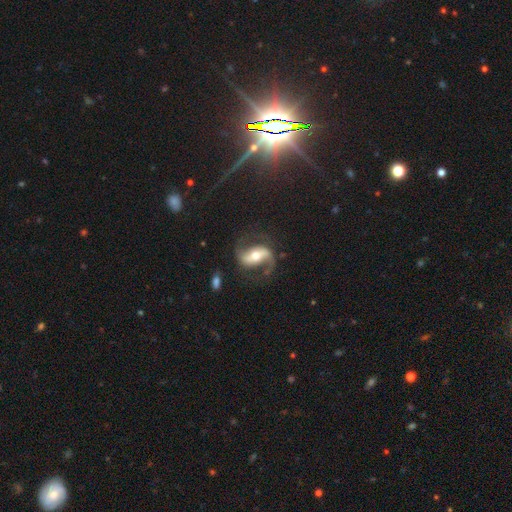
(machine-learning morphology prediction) A featured or disk galaxy (84%) with a strong bar (51%), 2 (91%) loose (50%) spiral arms (94%) and a moderate central bulge (65%).

Vote fractions:
- Smooth or featured? featured or disk: 84% / smooth: 10% / star or artifact: 6%
- Edge-on disk? no: 95% / yes: 5%
- Bar? strong: 51% / weak: 28% / no: 22%
- Spiral arms? yes: 94% / no: 6%
- Spiral winding? loose: 50% / medium: 39% / tight: 11%
- Spiral arm count? 2: 91% / 1: 4% / can't tell: 3% / 3: 1% / 4: 1% / more than 4: 1%
- Bulge size? moderate: 65% / small: 25% / large: 8% / dominant: 1% / none: 1%
- Merging? none: 70% / minor disturbance: 15% / major disturbance: 13% / merger: 2%